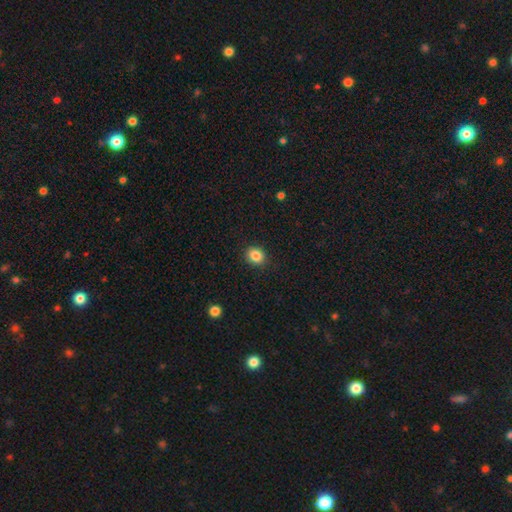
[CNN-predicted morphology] Smooth or featured? smooth (85%)
How rounded? round (71%)
Merging? none (90%)